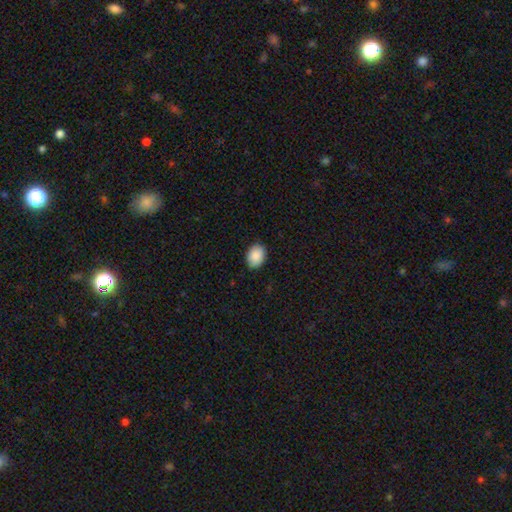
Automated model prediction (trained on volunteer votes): smooth_or_featured: smooth (p=0.90) [alt: star or artifact p=0.07]
how_rounded: in between (p=0.72) [alt: round p=0.27]
merging: none (p=0.89) [alt: minor disturbance p=0.08]